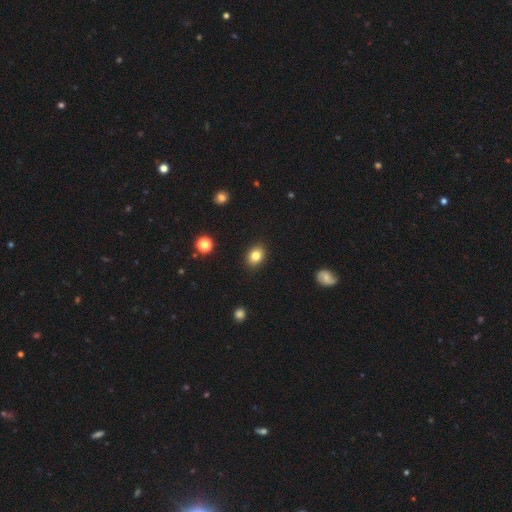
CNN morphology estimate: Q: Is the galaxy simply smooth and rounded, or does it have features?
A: smooth — 83%.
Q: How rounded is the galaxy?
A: in between — 65%.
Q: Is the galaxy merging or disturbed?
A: none — 89%.